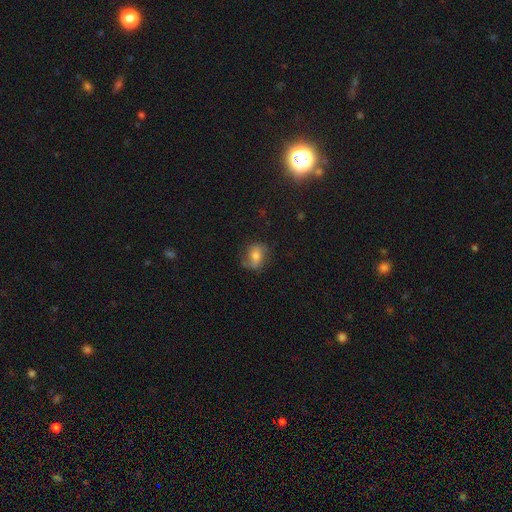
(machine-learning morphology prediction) type=smooth (49%); merging=none (63%).